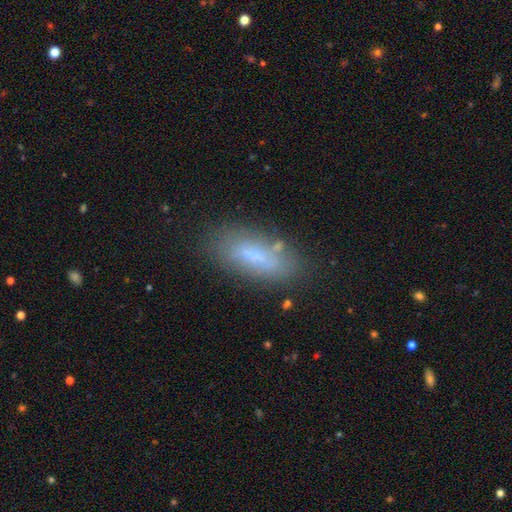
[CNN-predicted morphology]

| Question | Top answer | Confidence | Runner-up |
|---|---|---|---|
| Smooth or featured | smooth | 67% | featured or disk (23%) |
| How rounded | in between | 67% | cigar-shaped (30%) |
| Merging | none | 72% | minor disturbance (18%) |